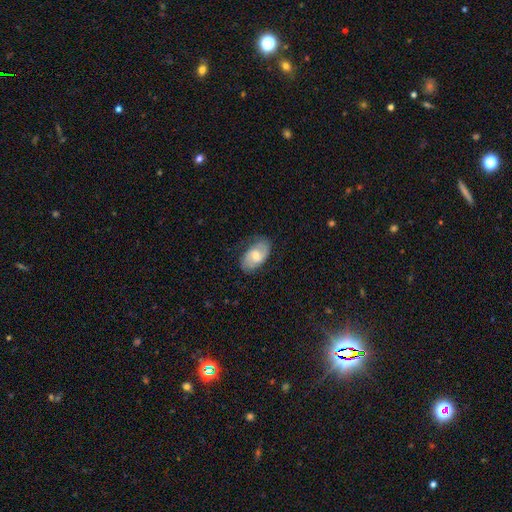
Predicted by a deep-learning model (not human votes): A featured or disk galaxy (58%) with no bar (48%), spiral arms (87%) and a moderate central bulge (53%). Merging: none (73%).